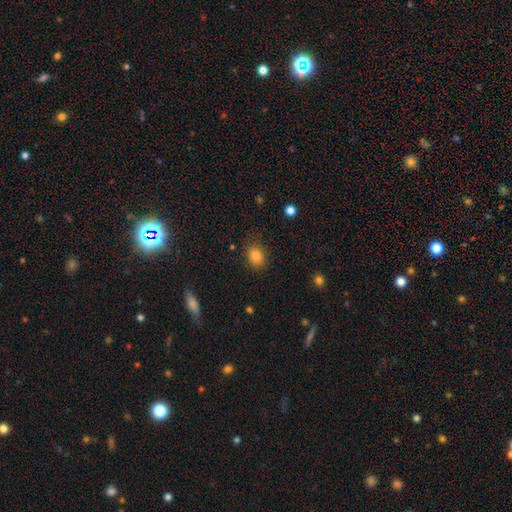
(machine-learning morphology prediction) smooth 83%, star or artifact 10%, featured or disk 7%. Down the decision tree: how rounded — in between (57%); merging — none (83%).